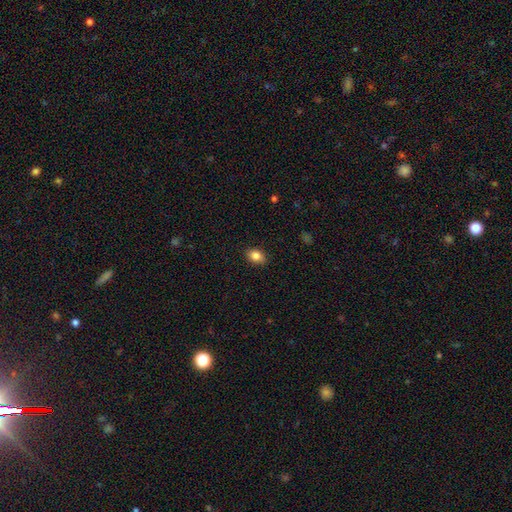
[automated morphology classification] Overall: smooth (85%). How rounded: in between (76%). Merging: none (88%).